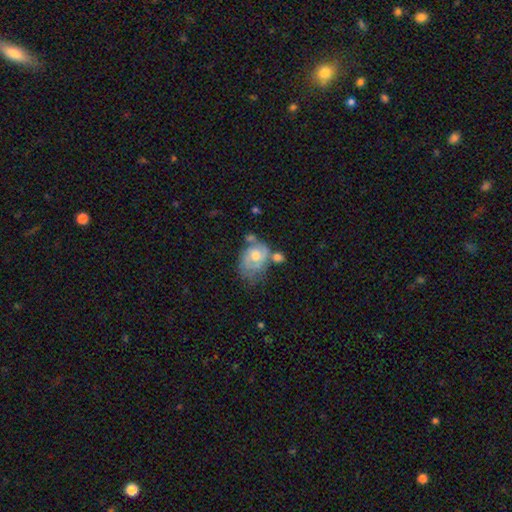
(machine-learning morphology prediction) featured or disk 65%, smooth 28%, star or artifact 7%. Down the decision tree: edge-on disk — no (97%); bar — no (73%); spiral arms — yes (77%); bulge size — moderate (71%); merging — none (29%).